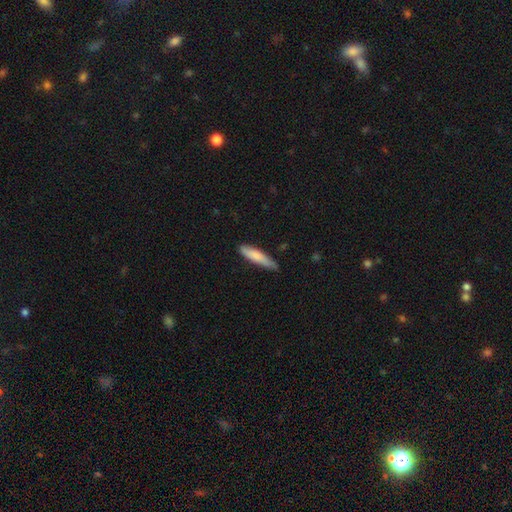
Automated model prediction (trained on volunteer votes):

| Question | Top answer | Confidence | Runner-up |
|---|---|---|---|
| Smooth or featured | smooth | 80% | featured or disk (15%) |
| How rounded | cigar-shaped | 81% | in between (18%) |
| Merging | none | 71% | minor disturbance (25%) |